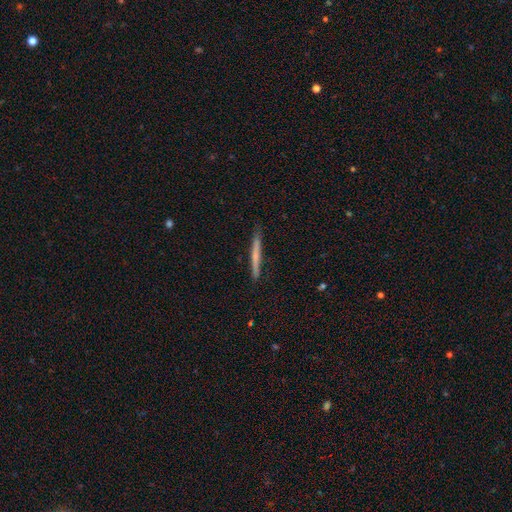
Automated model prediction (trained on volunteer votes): A smooth galaxy with no disk features (55%) that is cigar-shaped (97%). Merging: none (89%).